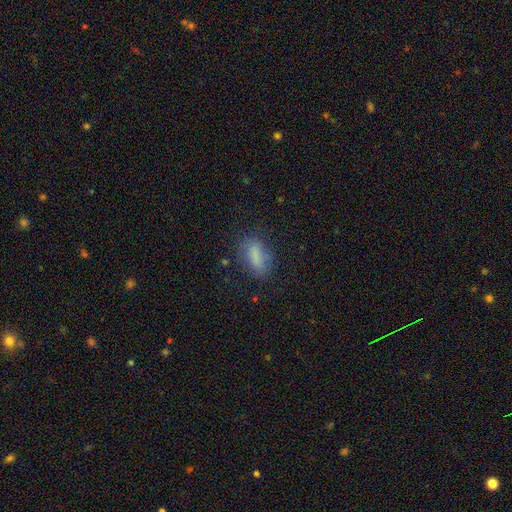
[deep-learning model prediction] This appears to be a smooth galaxy with no disk features (82%) that is in between round and cigar-shaped (78%). Merging: none (75%).